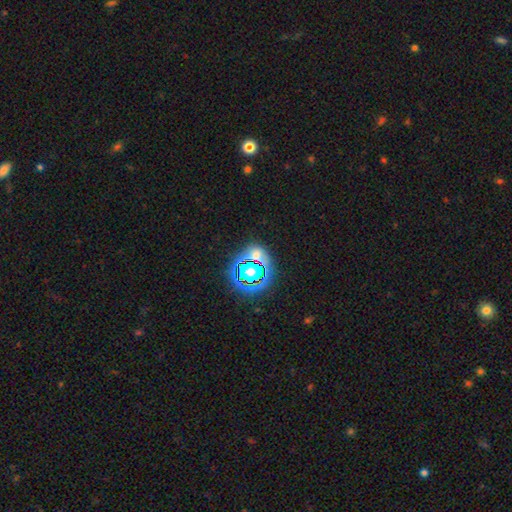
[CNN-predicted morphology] smooth_or_featured: star or artifact (p=0.65) [alt: smooth p=0.23]